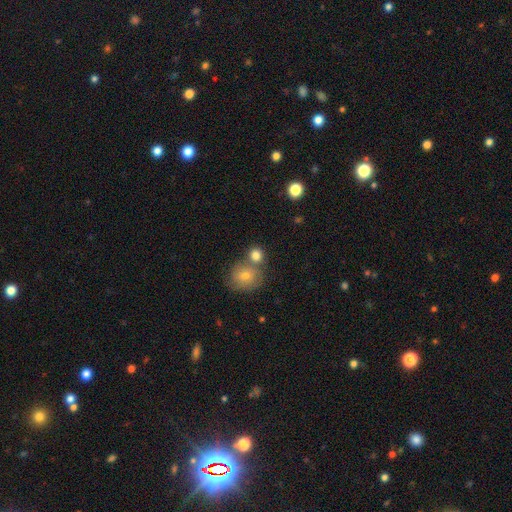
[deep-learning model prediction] A smooth galaxy with no disk features (81%) that is round (80%). Merging: none (51%).